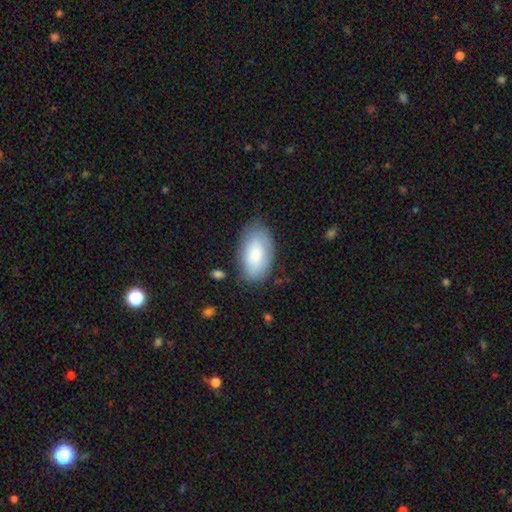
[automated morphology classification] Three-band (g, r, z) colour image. It shows a smooth galaxy with no disk features (78%) that is in between round and cigar-shaped (94%). Merging: none (76%).